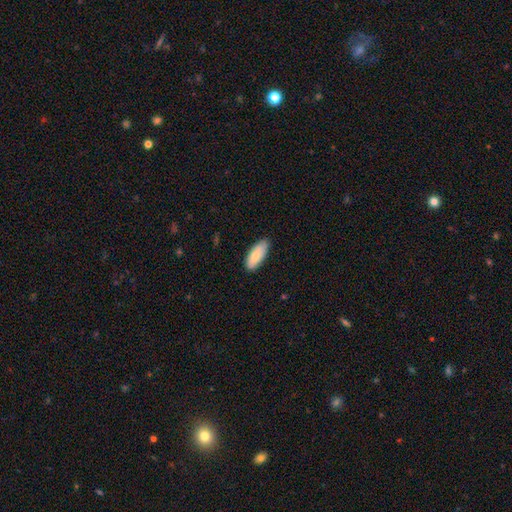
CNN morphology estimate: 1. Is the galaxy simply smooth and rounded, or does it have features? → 81% smooth, 13% featured or disk, 6% star or artifact.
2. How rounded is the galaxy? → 81% in between, 17% cigar-shaped, 2% round.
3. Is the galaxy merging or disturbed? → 84% none, 13% minor disturbance, 2% major disturbance, 1% merger.